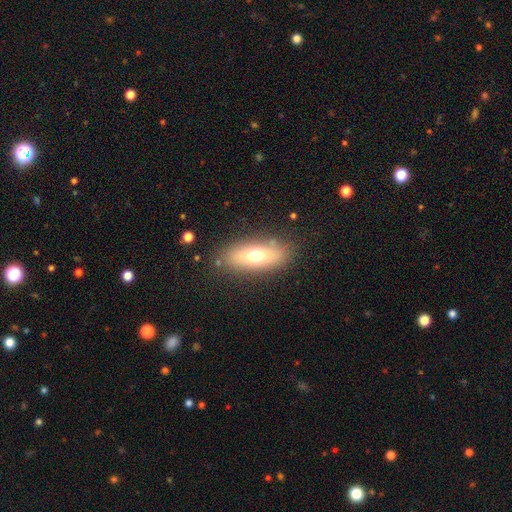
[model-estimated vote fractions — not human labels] smooth 65%, featured or disk 26%, star or artifact 9%. Down the decision tree: how rounded — in between (73%); merging — none (82%).